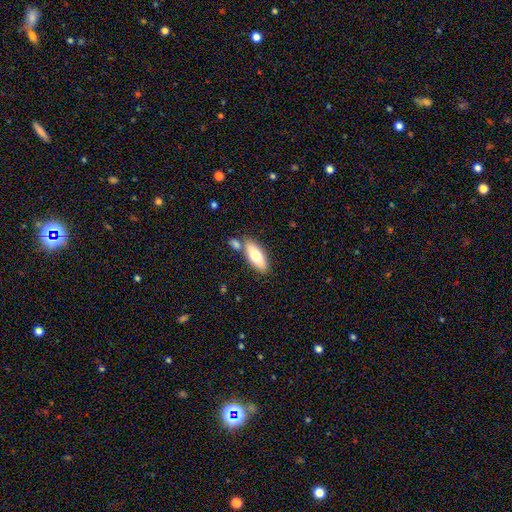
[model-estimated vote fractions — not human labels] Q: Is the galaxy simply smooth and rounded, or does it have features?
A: smooth — 73%.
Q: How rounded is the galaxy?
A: in between — 74%.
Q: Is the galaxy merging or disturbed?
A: none — 69%.